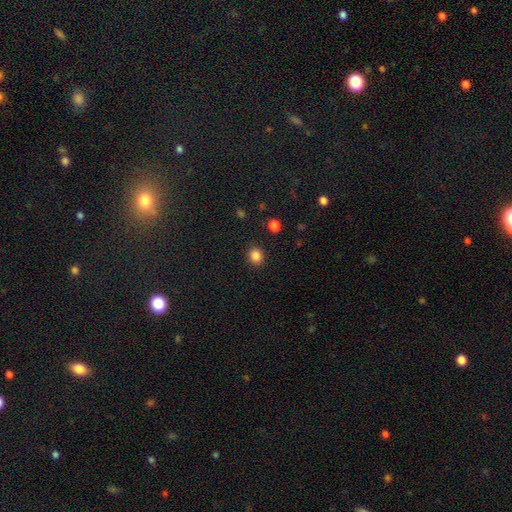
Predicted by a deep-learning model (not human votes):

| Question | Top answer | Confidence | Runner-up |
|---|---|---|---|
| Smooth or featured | smooth | 86% | star or artifact (11%) |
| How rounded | round | 74% | in between (25%) |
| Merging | none | 89% | minor disturbance (7%) |